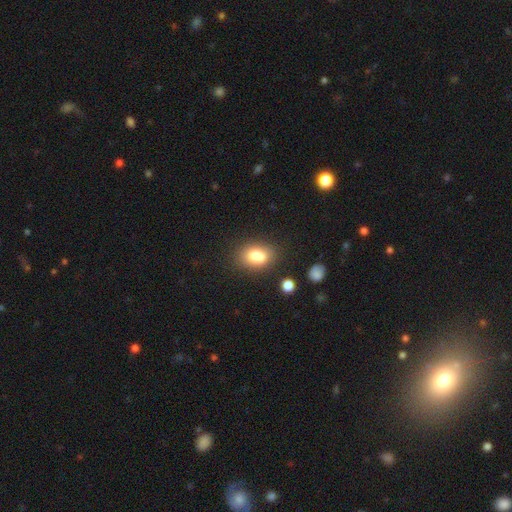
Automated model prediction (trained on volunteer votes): Overall: smooth (78%). How rounded: in between (68%; round 31%). Merging: none (63%).